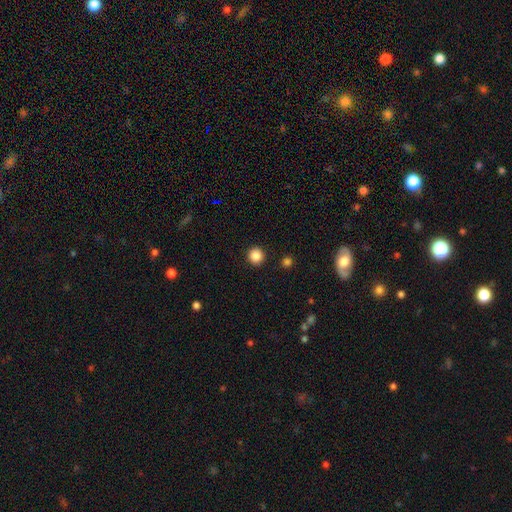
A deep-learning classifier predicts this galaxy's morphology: The model was most divided on "smooth or featured": smooth: 86%, star or artifact: 10%, featured or disk: 3%. More confident: how rounded — round (94%); merging — none (92%).